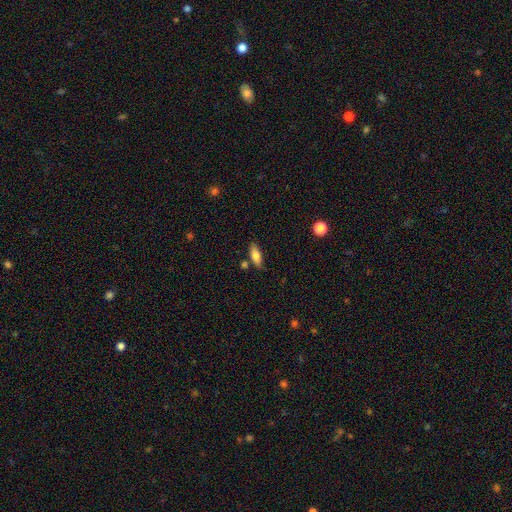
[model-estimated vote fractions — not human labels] Morphology: type=smooth (76%); roundness=in between (73%); merging=none (79%).